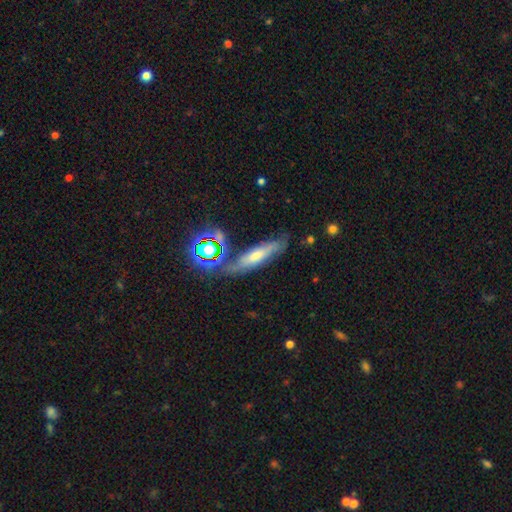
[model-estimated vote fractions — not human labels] A featured or disk galaxy (41%).

Vote fractions:
- Smooth or featured? featured or disk: 41% / smooth: 40% / star or artifact: 19%
- Merging? none: 67% / minor disturbance: 19% / major disturbance: 7% / merger: 7%